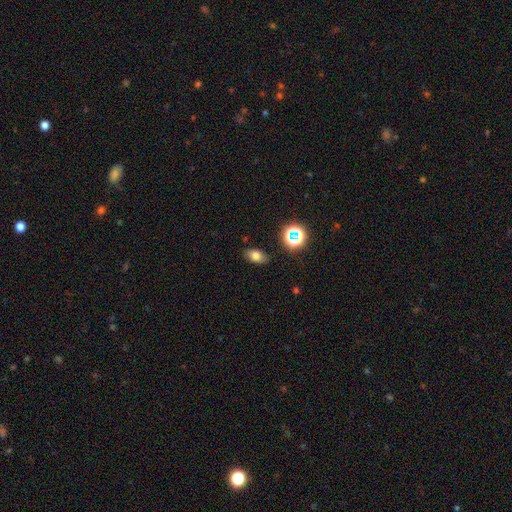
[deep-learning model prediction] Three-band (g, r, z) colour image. It shows a smooth galaxy with no disk features (74%) that is in between round and cigar-shaped (86%). Merging: none (85%).